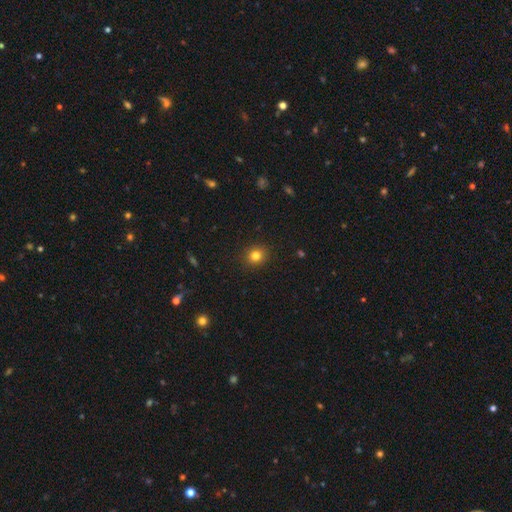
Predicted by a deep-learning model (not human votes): Q: Smooth or featured?
A: smooth (81%); runner-up: star or artifact (13%)
Q: How rounded?
A: round (83%); runner-up: in between (16%)
Q: Merging?
A: none (91%); runner-up: minor disturbance (6%)